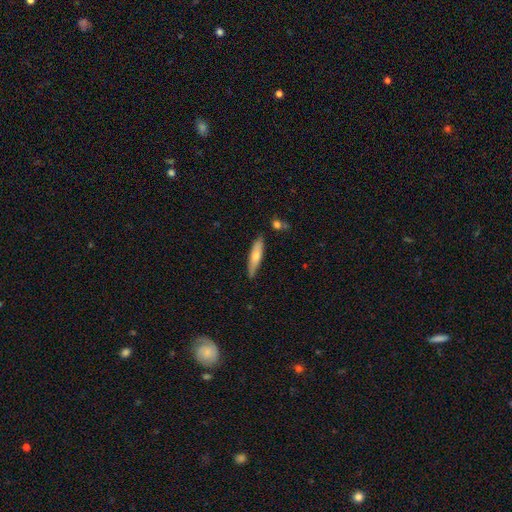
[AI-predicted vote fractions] Smooth or featured?
  - smooth: 59% *
  - featured or disk: 35%
  - star or artifact: 6%
How rounded?
  - cigar-shaped: 79% *
  - in between: 19%
  - round: 2%
Merging?
  - none: 85% *
  - minor disturbance: 11%
  - merger: 2%
  - major disturbance: 2%